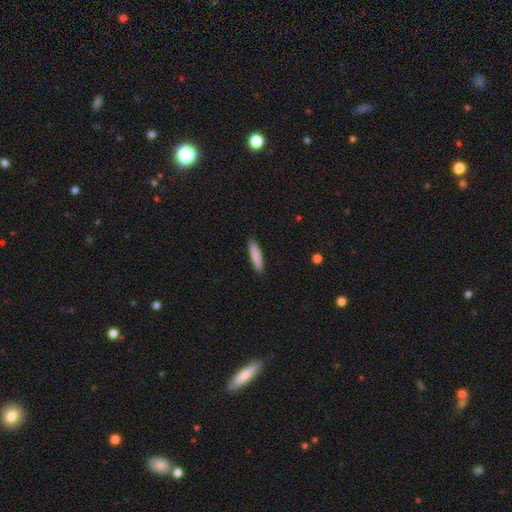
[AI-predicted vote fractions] smooth 84%, featured or disk 10%, star or artifact 6%. Down the decision tree: how rounded — cigar-shaped (85%); merging — none (89%).